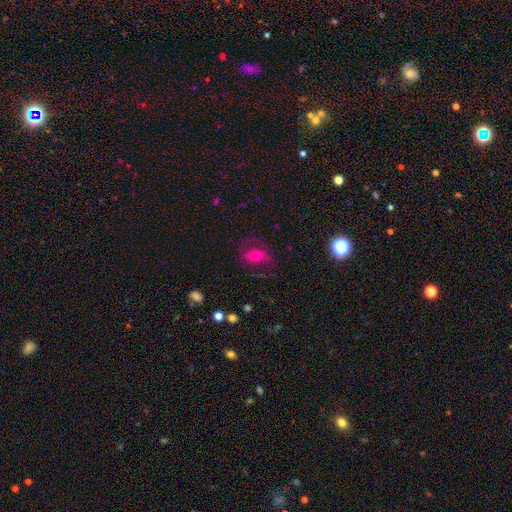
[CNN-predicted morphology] This appears to be a smooth galaxy with no disk features (45%). Merging: none (69%).